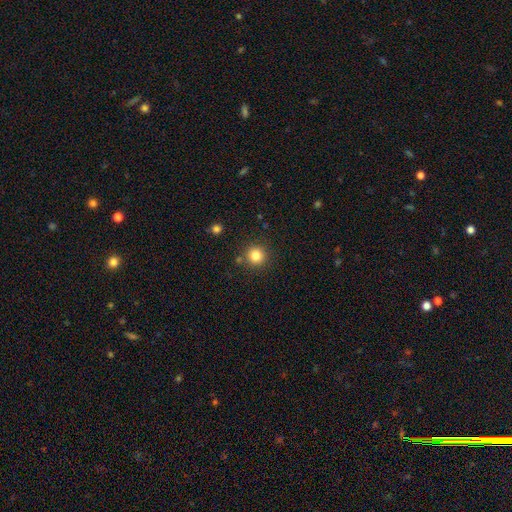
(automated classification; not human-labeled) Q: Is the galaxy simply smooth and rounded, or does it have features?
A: smooth — 83%.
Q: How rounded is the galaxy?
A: round — 94%.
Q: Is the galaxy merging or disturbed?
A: none — 86%.